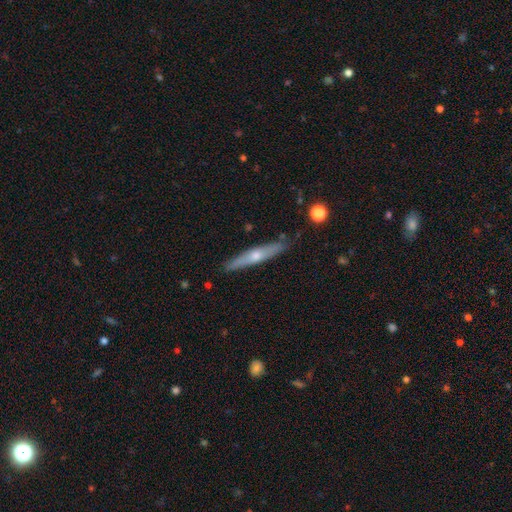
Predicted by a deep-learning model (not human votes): This is possibly a featured or disk galaxy (56%). It is clearly viewed edge-on (92%). Edge-on bulge: clearly rounded (82%). Merging: clearly none (87%).